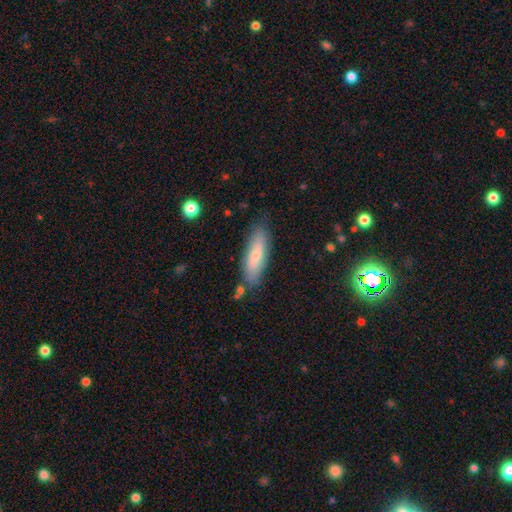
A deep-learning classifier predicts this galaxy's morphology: smooth_or_featured: smooth (p=0.72) [alt: featured or disk p=0.22]
how_rounded: cigar-shaped (p=0.57) [alt: in between p=0.41]
merging: none (p=0.78) [alt: minor disturbance p=0.15]